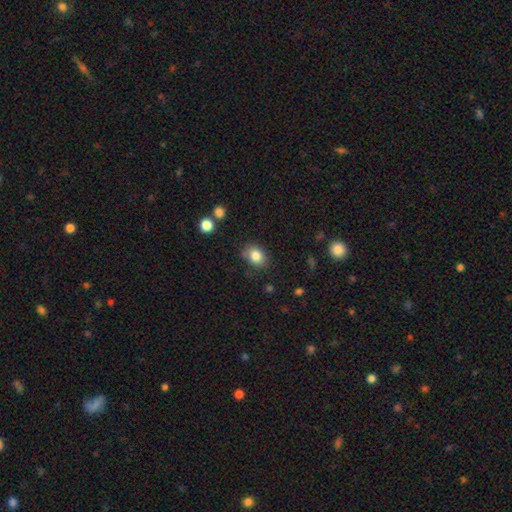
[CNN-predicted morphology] smooth-or-featured: smooth: 83% | star or artifact: 10% | featured or disk: 7%
  how-rounded: in between: 59% | round: 40% | cigar-shaped: 1%
  merging: none: 75% | minor disturbance: 18% | major disturbance: 4% | merger: 3%